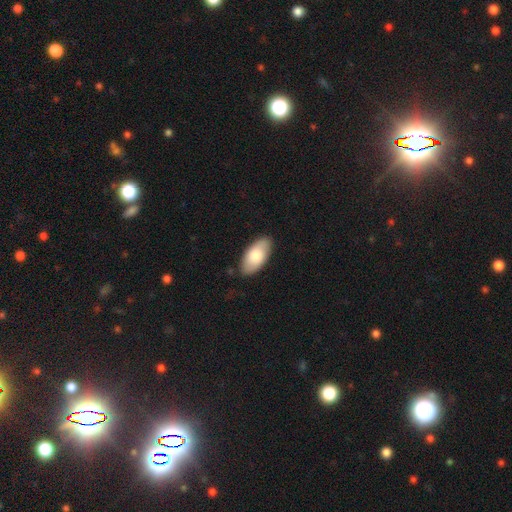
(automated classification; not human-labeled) Smooth or featured? smooth (77%)
How rounded? in between (94%)
Merging? none (84%)